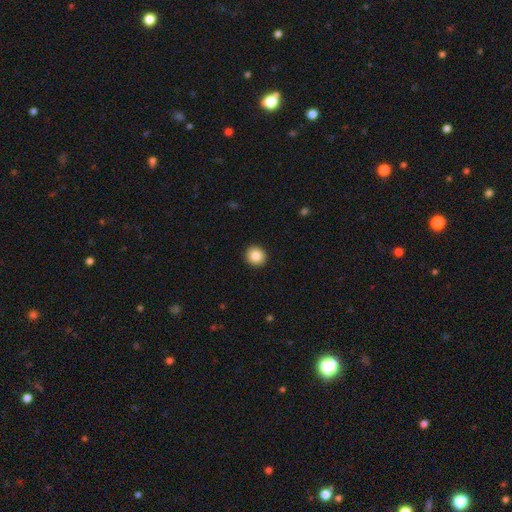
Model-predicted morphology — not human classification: smooth-or-featured: smooth: 86% | star or artifact: 9% | featured or disk: 5%
  how-rounded: round: 91% | in between: 8% | cigar-shaped: 1%
  merging: none: 93% | minor disturbance: 5% | major disturbance: 1% | merger: 1%